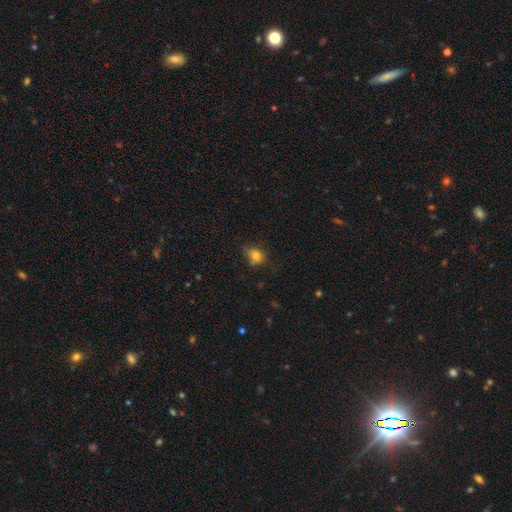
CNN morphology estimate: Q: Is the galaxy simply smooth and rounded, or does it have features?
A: smooth — 80%.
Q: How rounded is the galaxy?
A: round — 52%.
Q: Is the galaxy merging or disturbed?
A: none — 61%.